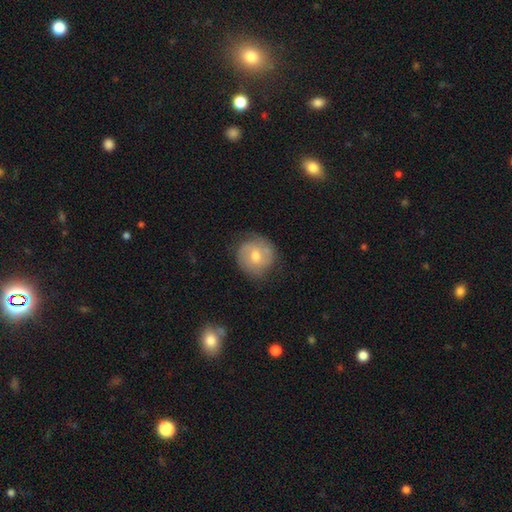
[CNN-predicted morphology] Smooth or featured?
  - featured or disk: 51% *
  - smooth: 41%
  - star or artifact: 9%
Edge-on disk?
  - no: 97% *
  - yes: 3%
Merging?
  - none: 77% *
  - minor disturbance: 17%
  - major disturbance: 5%
  - merger: 2%